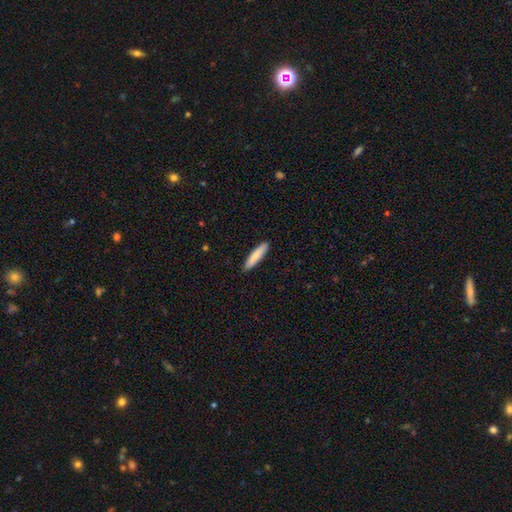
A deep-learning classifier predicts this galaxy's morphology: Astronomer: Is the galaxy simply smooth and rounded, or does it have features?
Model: smooth — 84%.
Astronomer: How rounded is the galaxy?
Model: cigar-shaped — 85%.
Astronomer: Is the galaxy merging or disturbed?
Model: none — 90%.